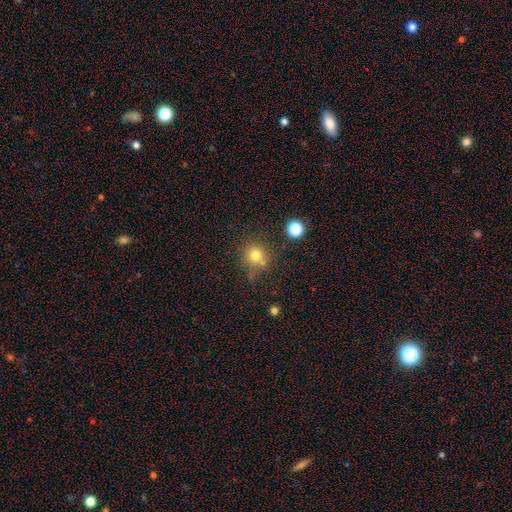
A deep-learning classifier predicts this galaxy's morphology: Smooth or featured? Predicted: smooth (p=0.75). How rounded? Predicted: round (p=0.89). Merging? Predicted: none (p=0.67).